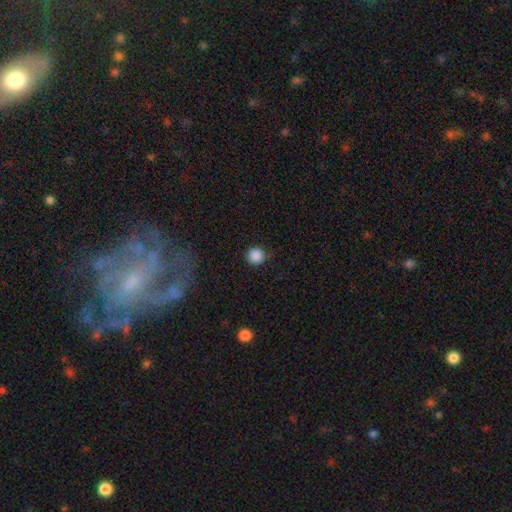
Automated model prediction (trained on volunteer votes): smooth-or-featured: smooth: 88% | star or artifact: 10% | featured or disk: 3%
  how-rounded: round: 96% | in between: 3% | cigar-shaped: 1%
  merging: none: 90% | minor disturbance: 7% | major disturbance: 2% | merger: 1%